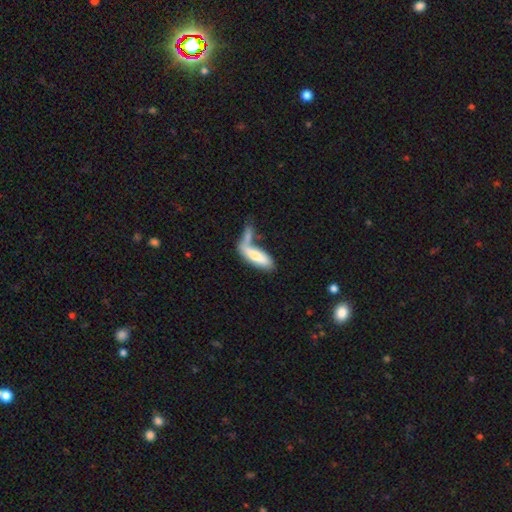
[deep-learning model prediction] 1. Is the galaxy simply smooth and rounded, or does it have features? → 69% smooth, 26% featured or disk, 6% star or artifact.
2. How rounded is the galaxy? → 60% in between, 38% cigar-shaped, 2% round.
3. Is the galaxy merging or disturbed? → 47% merger, 24% none, 15% minor disturbance, 14% major disturbance.